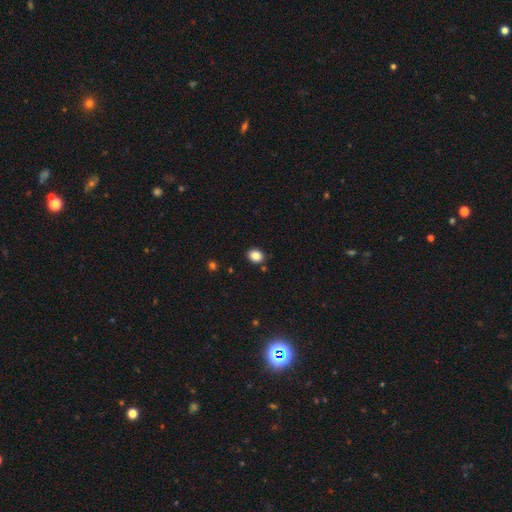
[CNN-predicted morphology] Smooth or featured: smooth — 85% (star or artifact — 10%)
How rounded: round — 56% (in between — 43%)
Merging: none — 87% (minor disturbance — 8%)